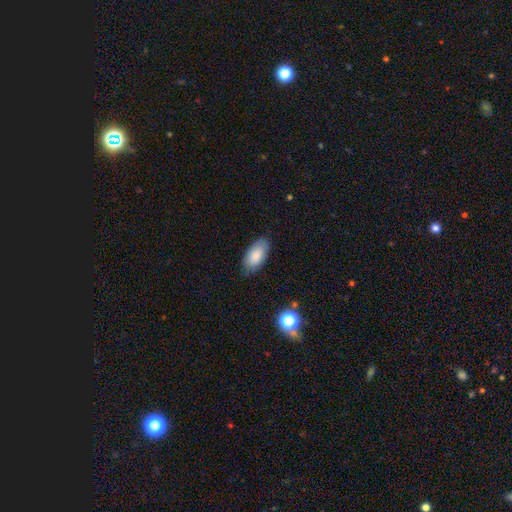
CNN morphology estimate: A smooth galaxy with no disk features (83%) that is in between round and cigar-shaped (93%).

Vote fractions:
- Smooth or featured? smooth: 83% / featured or disk: 10% / star or artifact: 7%
- How rounded? in between: 93% / cigar-shaped: 5% / round: 2%
- Merging? none: 81% / minor disturbance: 15% / major disturbance: 3% / merger: 1%